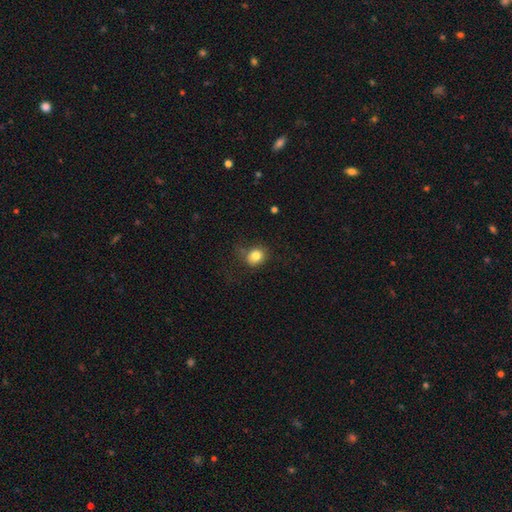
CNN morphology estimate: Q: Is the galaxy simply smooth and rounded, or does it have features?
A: smooth — 81%.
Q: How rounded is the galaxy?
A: round — 71%.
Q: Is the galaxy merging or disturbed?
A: none — 69%.